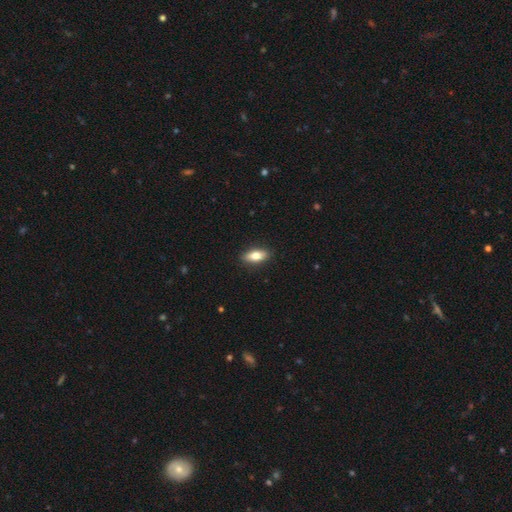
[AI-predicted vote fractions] This appears to be a smooth galaxy with no disk features (73%) that is in between round and cigar-shaped (75%). Merging: none (89%).